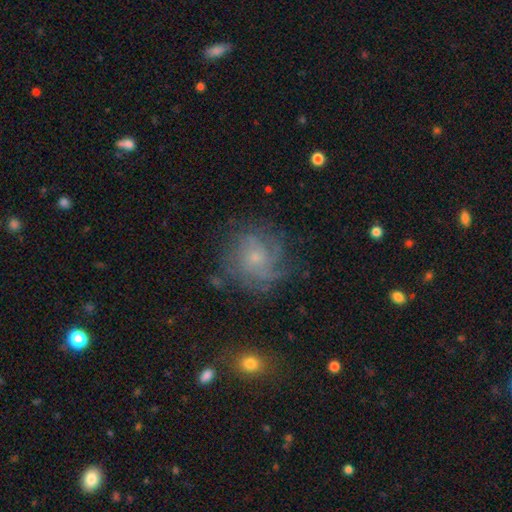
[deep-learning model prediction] smooth_or_featured: featured or disk (p=0.65) [alt: smooth p=0.23]
disk_edge_on: no (p=0.97) [alt: yes p=0.03]
bar: no (p=0.78) [alt: weak p=0.20]
has_spiral_arms: yes (p=0.89) [alt: no p=0.11]
spiral_winding: tight (p=0.49) [alt: medium p=0.35]
spiral_arm_count: can't tell (p=0.43) [alt: 3 p=0.19]
bulge_size: small (p=0.71) [alt: moderate p=0.20]
merging: none (p=0.68) [alt: minor disturbance p=0.18]